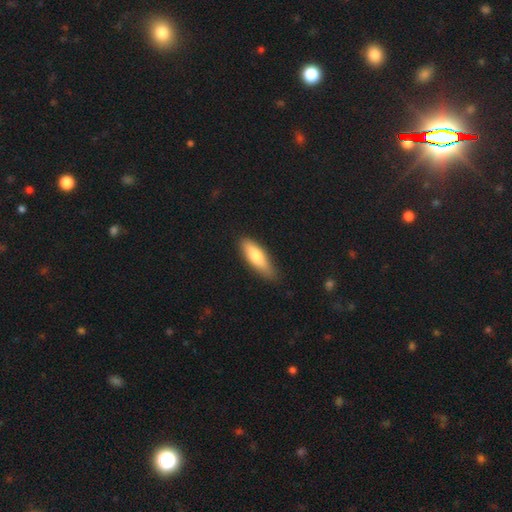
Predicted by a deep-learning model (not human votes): The model was most divided on "how rounded": in between: 50%, cigar-shaped: 48%, round: 2%. More confident: merging — none (75%); smooth or featured — smooth (75%).